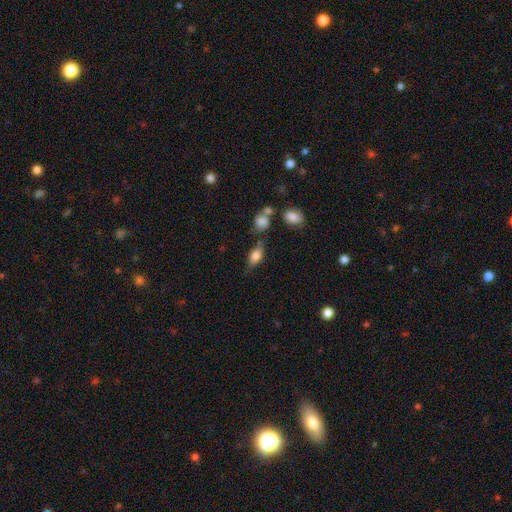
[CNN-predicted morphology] Q: Smooth or featured?
A: smooth (76%); runner-up: featured or disk (15%)
Q: How rounded?
A: in between (82%); runner-up: round (9%)
Q: Merging?
A: none (64%); runner-up: minor disturbance (21%)